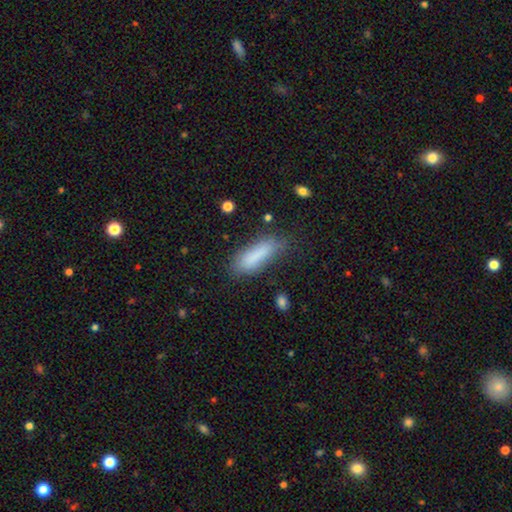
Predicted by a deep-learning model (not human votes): Smooth or featured: smooth — 82% (featured or disk — 10%)
How rounded: in between — 53% (cigar-shaped — 45%)
Merging: none — 64% (minor disturbance — 24%)